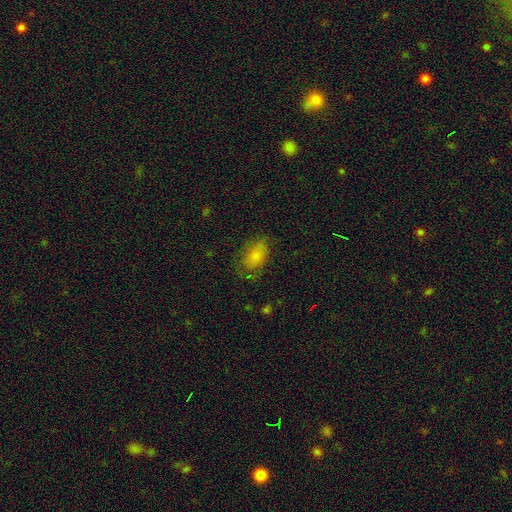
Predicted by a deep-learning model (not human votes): A smooth galaxy with no disk features (79%) that is in between round and cigar-shaped (88%).

Vote fractions:
- Smooth or featured? smooth: 79% / featured or disk: 12% / star or artifact: 9%
- How rounded? in between: 88% / round: 10% / cigar-shaped: 2%
- Merging? none: 64% / minor disturbance: 24% / major disturbance: 11% / merger: 2%